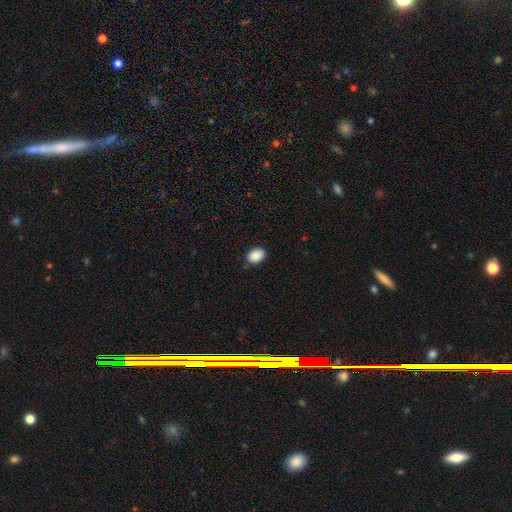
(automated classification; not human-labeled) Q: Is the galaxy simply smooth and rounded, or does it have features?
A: smooth — 89%.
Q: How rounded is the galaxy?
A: in between — 65%.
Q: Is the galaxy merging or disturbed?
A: none — 82%.